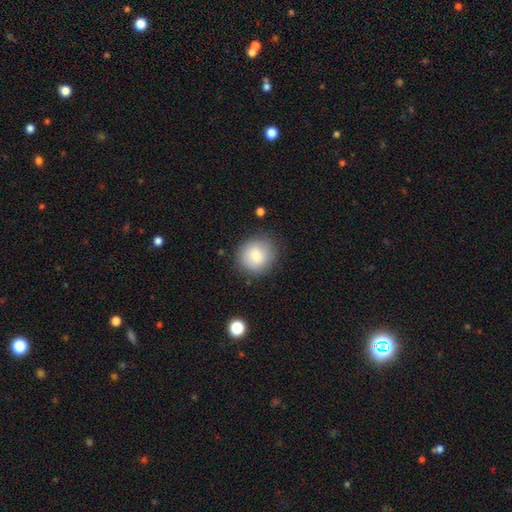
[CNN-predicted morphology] Smooth or featured? Predicted: smooth (p=0.81). How rounded? Predicted: round (p=0.89). Merging? Predicted: none (p=0.84).